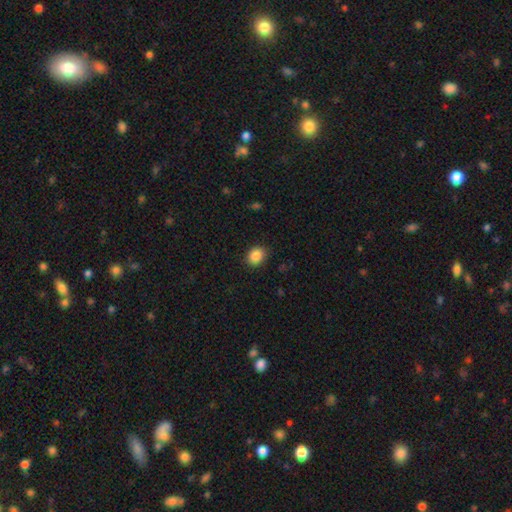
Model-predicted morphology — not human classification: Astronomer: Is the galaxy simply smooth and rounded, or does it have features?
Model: smooth — 88%.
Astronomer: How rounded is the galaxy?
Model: round — 52% (runner-up: in between, 48%).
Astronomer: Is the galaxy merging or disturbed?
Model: none — 86%.